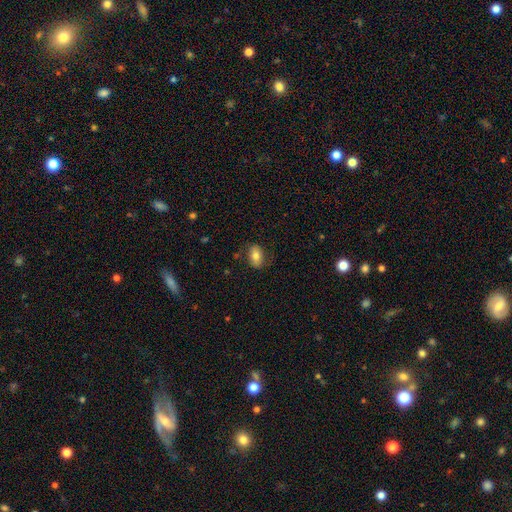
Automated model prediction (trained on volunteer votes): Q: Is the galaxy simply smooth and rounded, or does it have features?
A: smooth — 76%.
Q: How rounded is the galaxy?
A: in between — 84%.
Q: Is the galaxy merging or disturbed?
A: none — 77%.